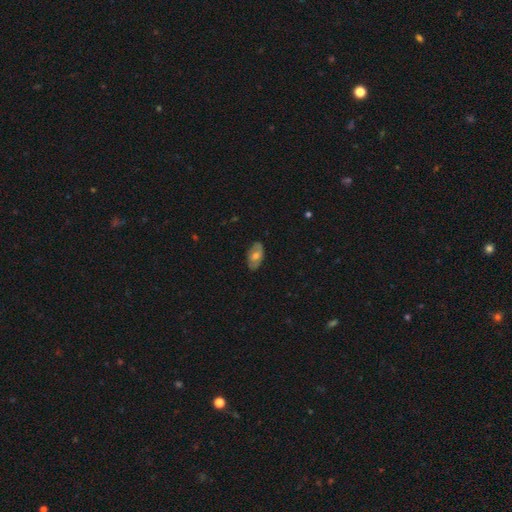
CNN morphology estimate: smooth_or_featured: smooth (p=0.50) [alt: featured or disk p=0.43]
how_rounded: in between (p=0.91) [alt: round p=0.07]
merging: none (p=0.80) [alt: minor disturbance p=0.16]